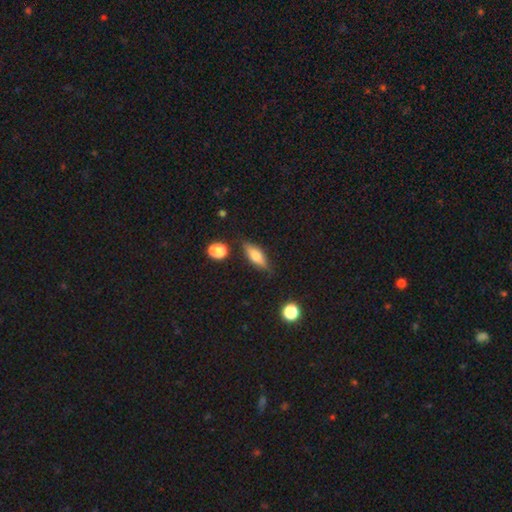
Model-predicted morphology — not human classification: Overall: smooth (57%; featured or disk 35%). How rounded: in between (56%; cigar-shaped 40%). Merging: none (81%).